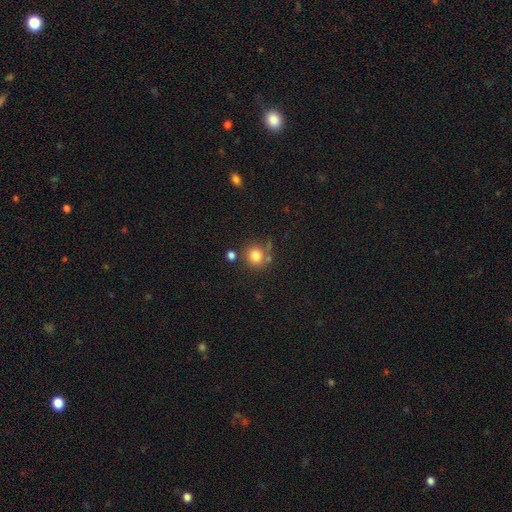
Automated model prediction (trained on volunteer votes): This is clearly a smooth galaxy (80%). How rounded: clearly round (87%). Merging: likely none (67%).